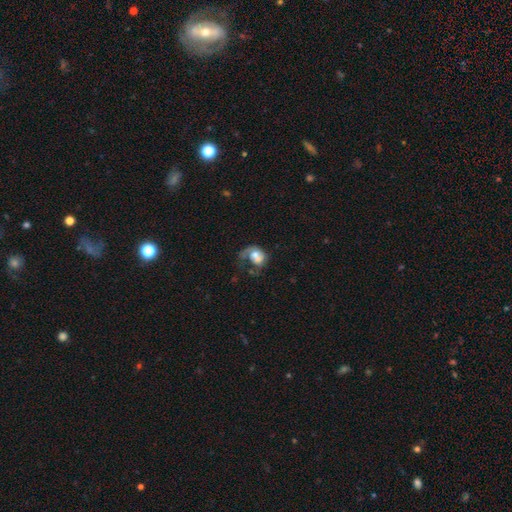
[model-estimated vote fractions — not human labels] featured or disk 47%, smooth 45%, star or artifact 8%. Down the decision tree: merging — major disturbance (48%).